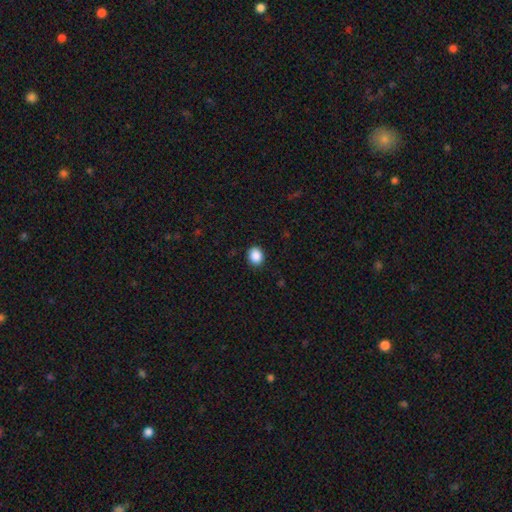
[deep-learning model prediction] Smooth or featured?
  - smooth: 89% *
  - star or artifact: 9%
  - featured or disk: 3%
How rounded?
  - round: 58% *
  - in between: 41%
  - cigar-shaped: 1%
Merging?
  - none: 90% *
  - minor disturbance: 7%
  - major disturbance: 2%
  - merger: 1%